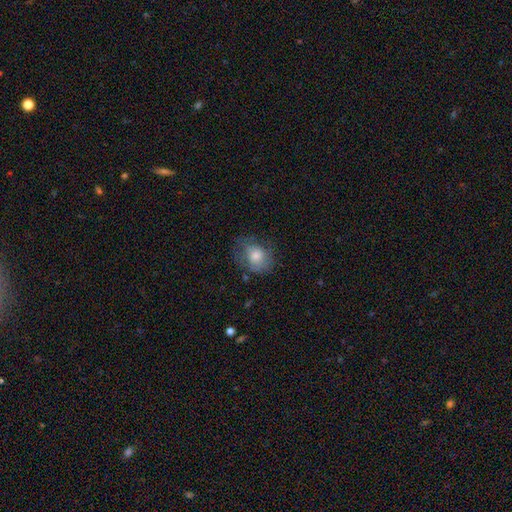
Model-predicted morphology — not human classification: A smooth galaxy with no disk features (60%) that is round (53%).

Vote fractions:
- Smooth or featured? smooth: 60% / featured or disk: 30% / star or artifact: 10%
- How rounded? round: 53% / in between: 46% / cigar-shaped: 1%
- Merging? none: 58% / minor disturbance: 25% / major disturbance: 15% / merger: 2%